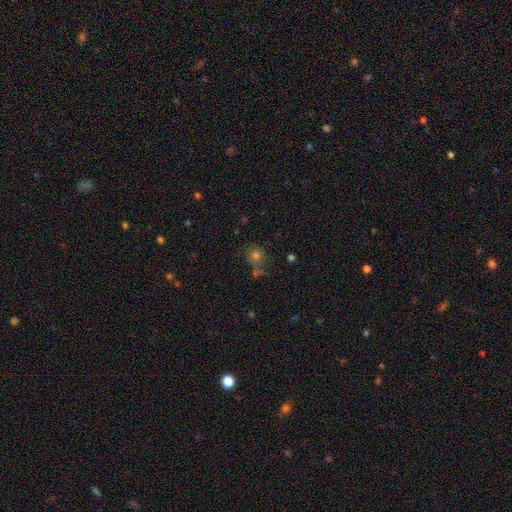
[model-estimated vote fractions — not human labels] A smooth galaxy with no disk features (64%) that is round (84%). Merging: none (62%).